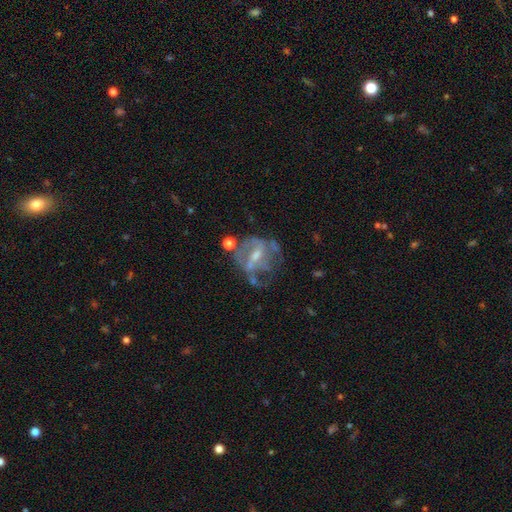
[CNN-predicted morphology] Q: Smooth or featured?
A: featured or disk (75%); runner-up: smooth (14%)
Q: Edge-on disk?
A: no (95%); runner-up: yes (5%)
Q: Bar?
A: weak (44%); runner-up: strong (31%)
Q: Spiral arms?
A: yes (60%); runner-up: no (40%)
Q: Bulge size?
A: small (50%); runner-up: moderate (38%)
Q: Merging?
A: none (44%); runner-up: major disturbance (26%)